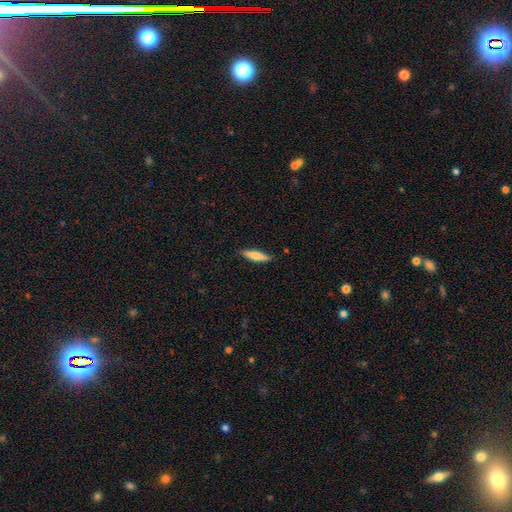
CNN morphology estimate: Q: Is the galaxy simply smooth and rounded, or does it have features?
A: smooth — 66%.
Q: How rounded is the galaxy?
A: cigar-shaped — 75%.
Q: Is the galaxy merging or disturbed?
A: none — 86%.